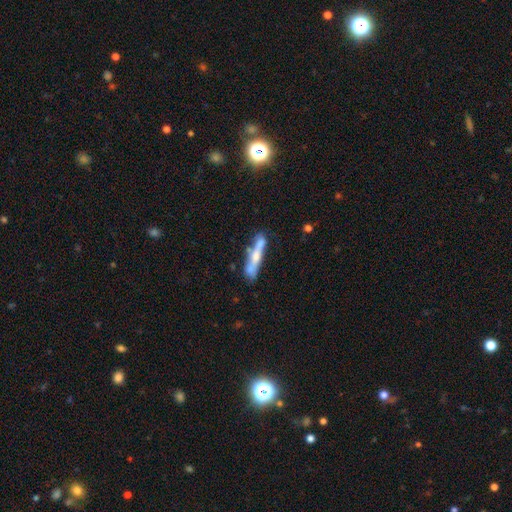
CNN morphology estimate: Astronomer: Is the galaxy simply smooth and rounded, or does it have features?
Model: featured or disk — 50% (runner-up: smooth, 43%).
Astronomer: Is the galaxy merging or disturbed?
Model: none — 54%.